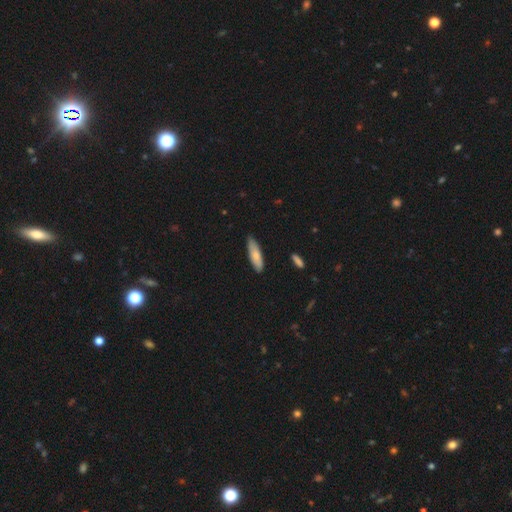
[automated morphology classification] This appears to be a smooth galaxy with no disk features (73%) that is cigar-shaped (52%). Merging: none (81%).